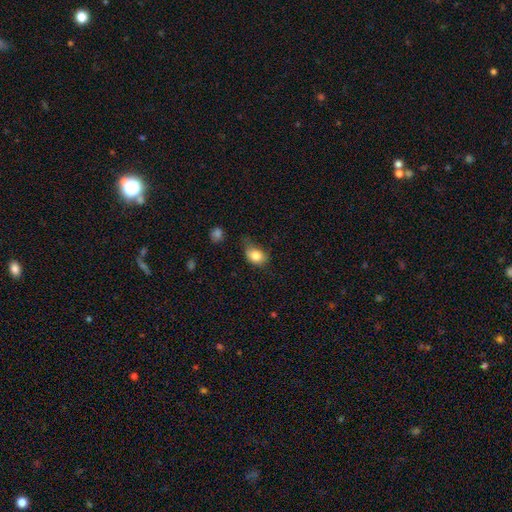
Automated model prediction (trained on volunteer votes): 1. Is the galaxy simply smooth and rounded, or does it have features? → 81% smooth, 10% featured or disk, 9% star or artifact.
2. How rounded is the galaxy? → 73% in between, 25% round, 1% cigar-shaped.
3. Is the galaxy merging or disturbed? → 44% none, 38% minor disturbance, 14% major disturbance, 3% merger.